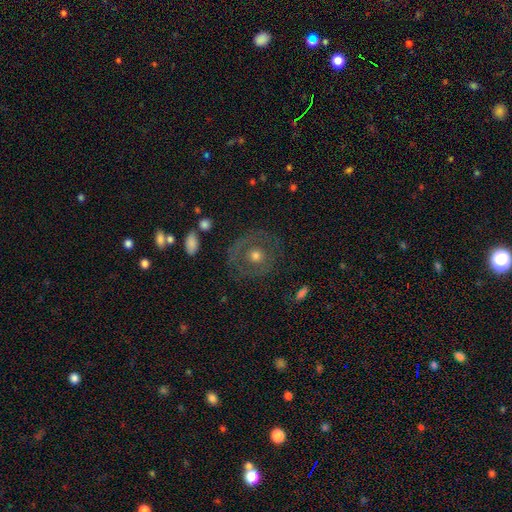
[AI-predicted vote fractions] featured or disk 48%, smooth 43%, star or artifact 9%. Down the decision tree: merging — none (78%).